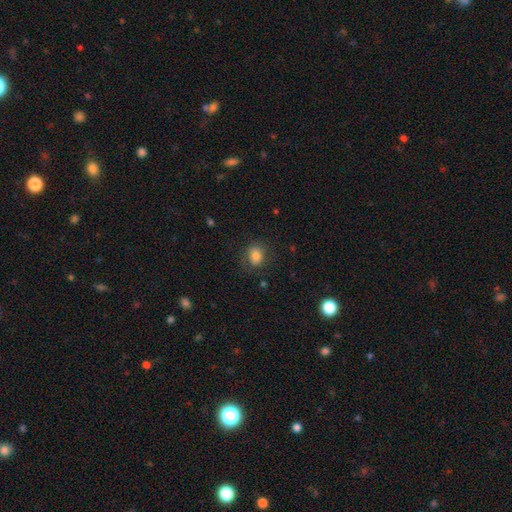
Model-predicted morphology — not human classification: smooth 78%, featured or disk 12%, star or artifact 10%. Down the decision tree: how rounded — round (50%); merging — none (72%).